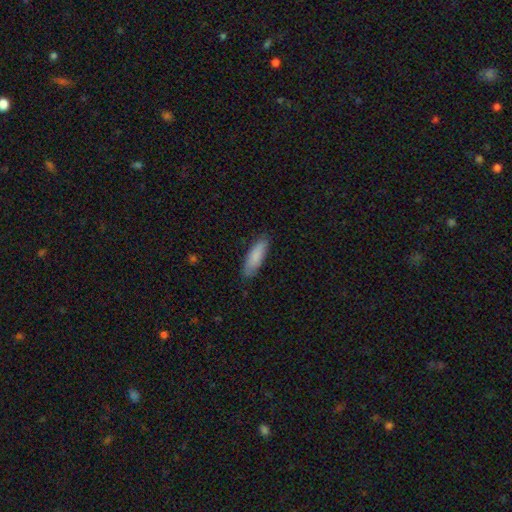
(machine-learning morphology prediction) smooth-or-featured: smooth: 85% | featured or disk: 10% | star or artifact: 6%
  how-rounded: cigar-shaped: 50% | in between: 48% | round: 1%
  merging: none: 82% | minor disturbance: 15% | major disturbance: 2% | merger: 1%